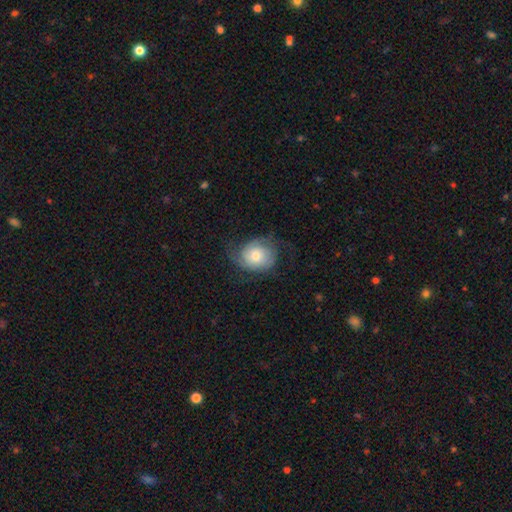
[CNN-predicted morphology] This is possibly a featured or disk galaxy (54%). It is clearly not viewed edge-on (97%). Bar: clearly no (81%). Spiral arm pattern: clearly yes (84%). Central bulge: likely moderate (62%). Merging: possibly none (58%).